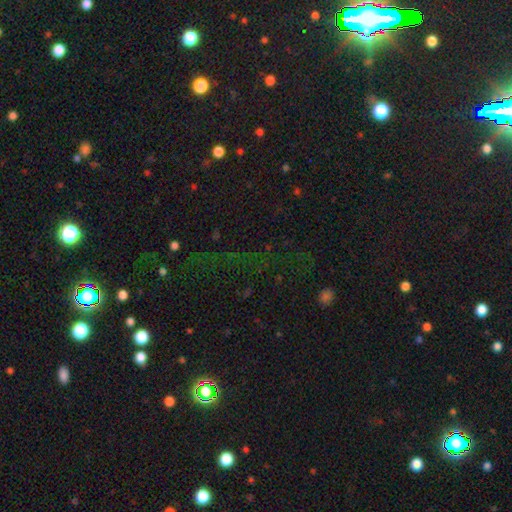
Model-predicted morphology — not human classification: A star or artifact, not a galaxy (74%).

Vote fractions:
- Smooth or featured? star or artifact: 74% / smooth: 17% / featured or disk: 10%